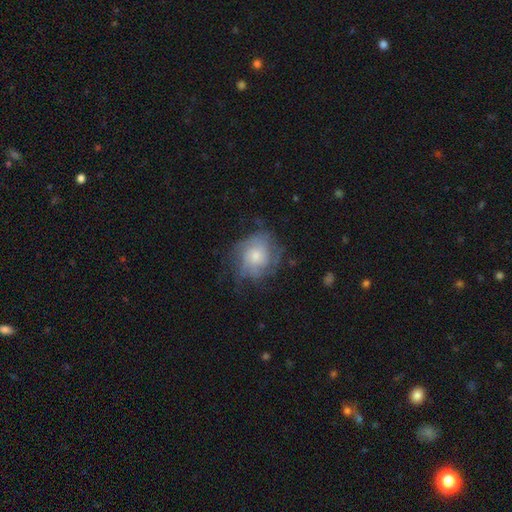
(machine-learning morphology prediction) Q: Smooth or featured?
A: featured or disk (54%); runner-up: smooth (38%)
Q: Edge-on disk?
A: no (97%); runner-up: yes (3%)
Q: Bar?
A: no (82%); runner-up: weak (16%)
Q: Spiral arms?
A: yes (75%); runner-up: no (25%)
Q: Bulge size?
A: moderate (47%); runner-up: small (42%)
Q: Merging?
A: none (60%); runner-up: minor disturbance (24%)